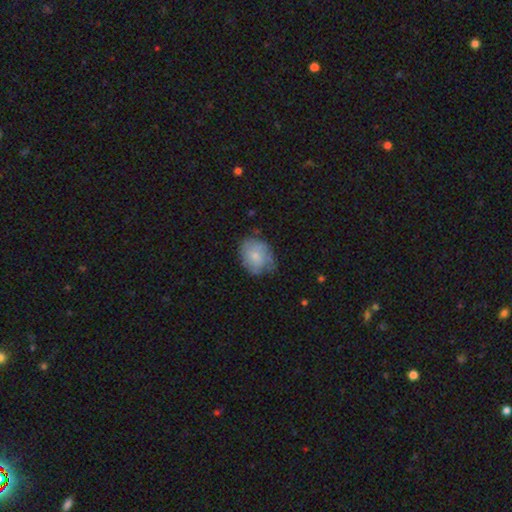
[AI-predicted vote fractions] Smooth or featured? Predicted: smooth (p=0.64). How rounded? Predicted: round (p=0.50, tied with in between). Merging? Predicted: none (p=0.60).